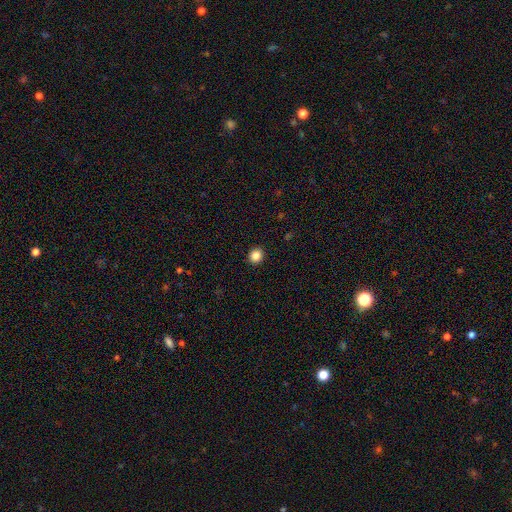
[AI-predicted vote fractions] This is clearly a smooth galaxy (86%). How rounded: clearly round (80%). Merging: clearly none (92%).